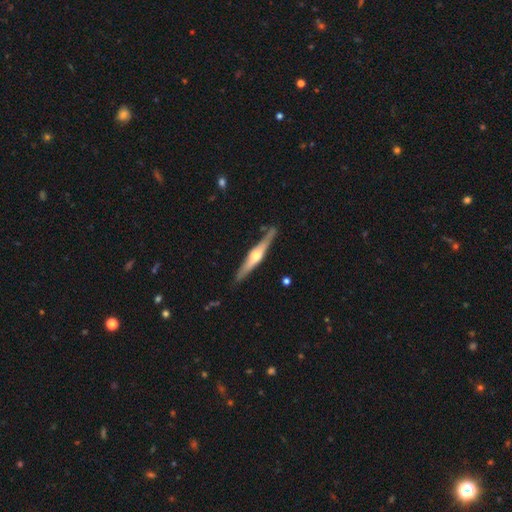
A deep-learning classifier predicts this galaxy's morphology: type=featured or disk (72%); edge-on=yes (97%); edge-on bulge=rounded (92%); merging=none (86%).